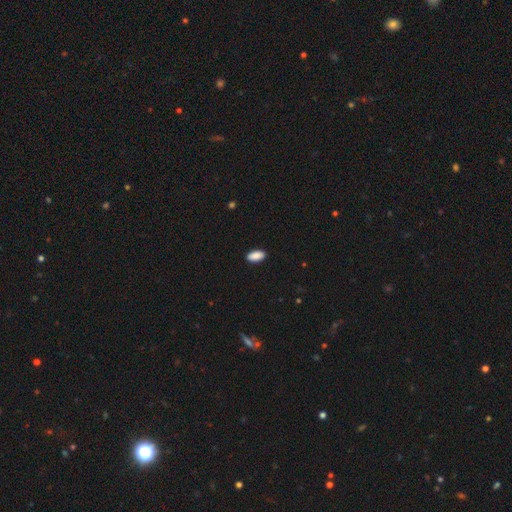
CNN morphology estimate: Smooth or featured? smooth (90%)
How rounded? in between (93%)
Merging? none (90%)